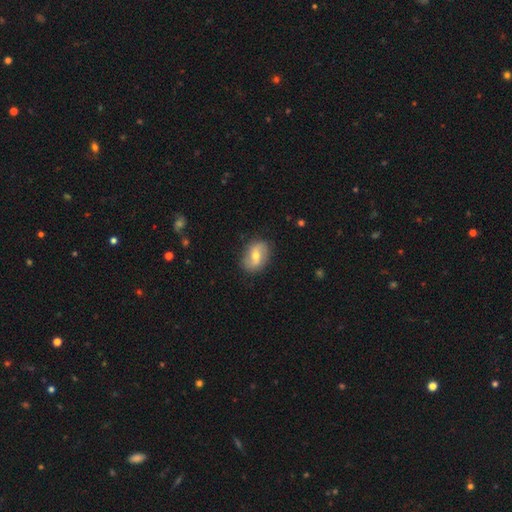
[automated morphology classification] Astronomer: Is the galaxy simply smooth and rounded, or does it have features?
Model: featured or disk — 59% (runner-up: smooth, 35%).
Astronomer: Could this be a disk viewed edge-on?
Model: no — 95%.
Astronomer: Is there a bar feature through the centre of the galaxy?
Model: weak — 44% (runner-up: no, 37%).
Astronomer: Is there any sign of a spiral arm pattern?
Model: yes — 79%.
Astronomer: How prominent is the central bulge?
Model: moderate — 64%.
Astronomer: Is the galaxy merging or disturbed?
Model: none — 84%.